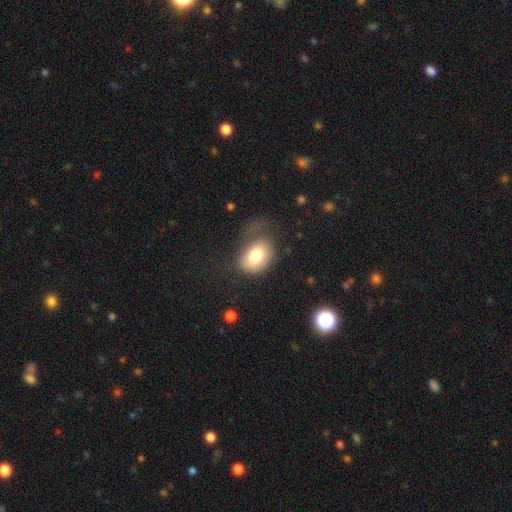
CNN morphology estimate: Smooth or featured? smooth (78%)
How rounded? in between (70%)
Merging? none (41%)